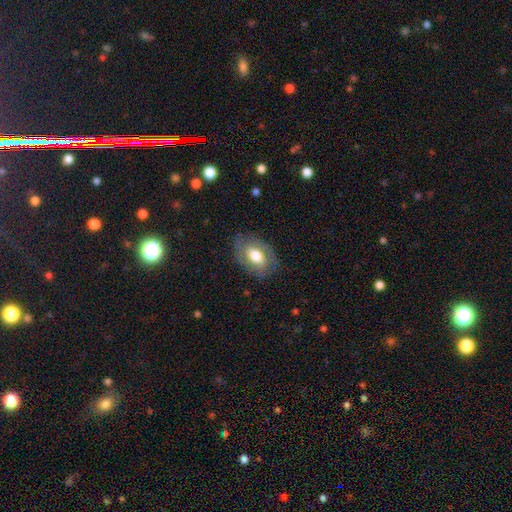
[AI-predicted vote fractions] The model was most divided on "smooth or featured": featured or disk: 49%, smooth: 44%, star or artifact: 7%. More confident: merging — none (77%).